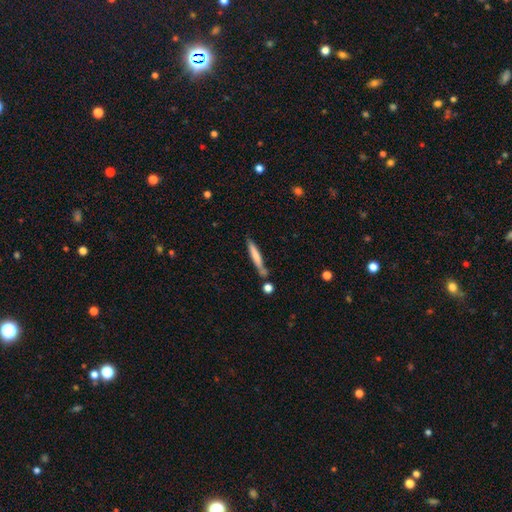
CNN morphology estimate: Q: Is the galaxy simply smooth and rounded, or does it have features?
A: smooth — 67%.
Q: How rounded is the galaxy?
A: cigar-shaped — 94%.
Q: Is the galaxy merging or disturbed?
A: none — 70%.